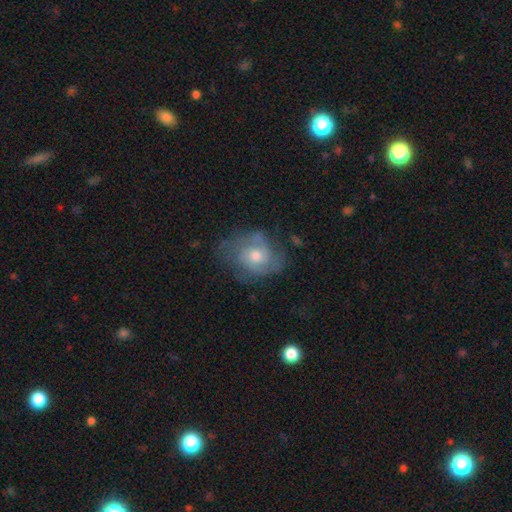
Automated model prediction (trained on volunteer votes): The model was most divided on "spiral winding": tight: 44%, medium: 41%, loose: 15%. Remaining: edge-on disk — no (97%); spiral arms — yes (87%); bar — no (76%); smooth or featured — featured or disk (70%); bulge size — moderate (68%); merging — none (61%); spiral arm count — 2 (33%).